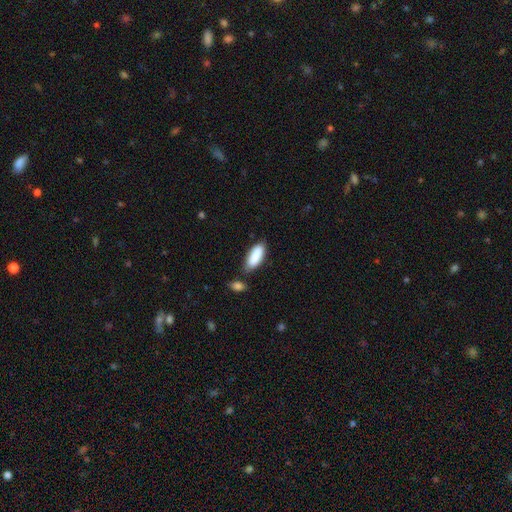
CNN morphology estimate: smooth-or-featured: smooth: 88% | star or artifact: 6% | featured or disk: 6%
  how-rounded: in between: 74% | cigar-shaped: 24% | round: 2%
  merging: none: 64% | minor disturbance: 18% | merger: 13% | major disturbance: 4%